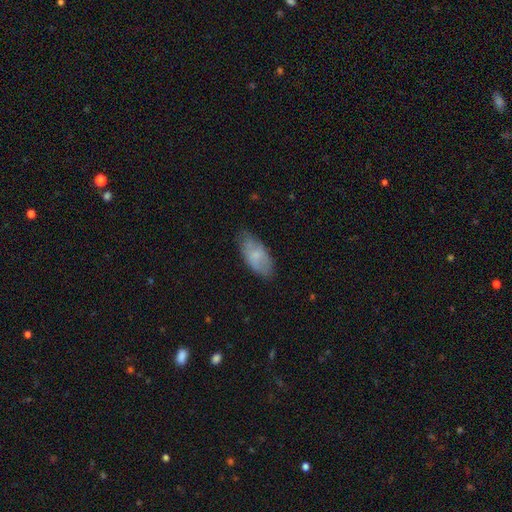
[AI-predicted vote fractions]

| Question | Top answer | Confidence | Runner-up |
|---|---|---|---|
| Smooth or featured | smooth | 71% | featured or disk (22%) |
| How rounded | in between | 90% | cigar-shaped (8%) |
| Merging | none | 72% | minor disturbance (22%) |